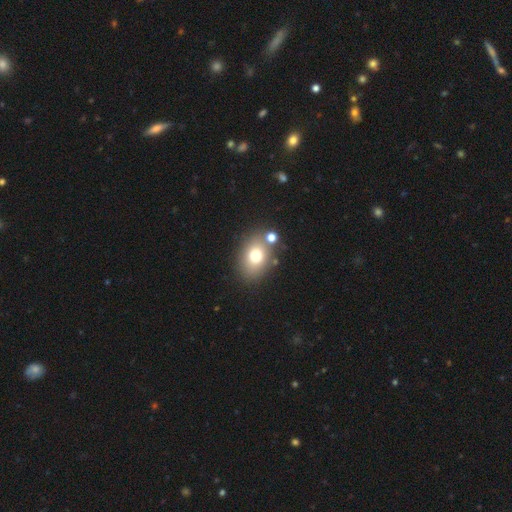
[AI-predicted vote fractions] Morphology: type=smooth (73%); roundness=in between (68%); merging=none (74%).